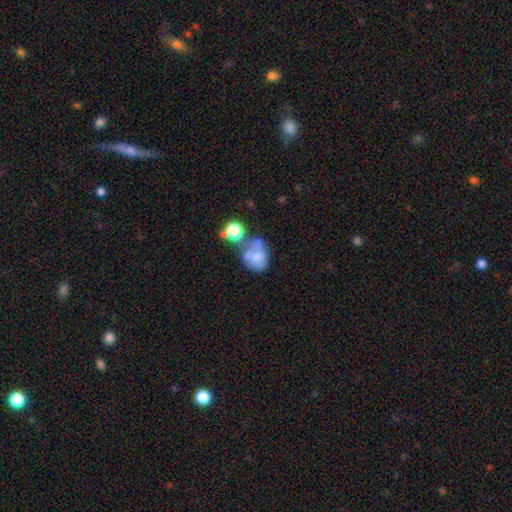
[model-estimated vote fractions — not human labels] A smooth galaxy with no disk features (49%). Merging: merger (29%).